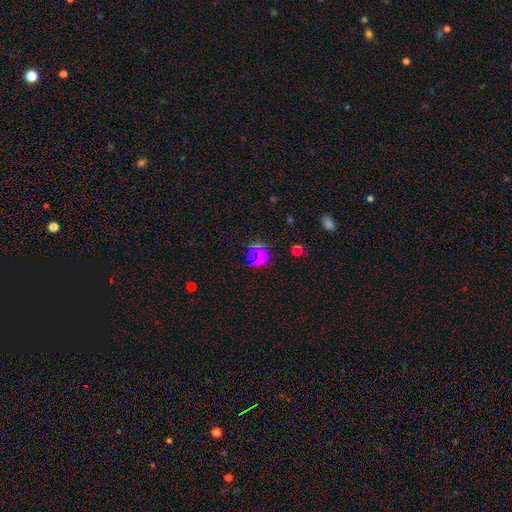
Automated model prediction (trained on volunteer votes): Morphology: type=star or artifact (51%).